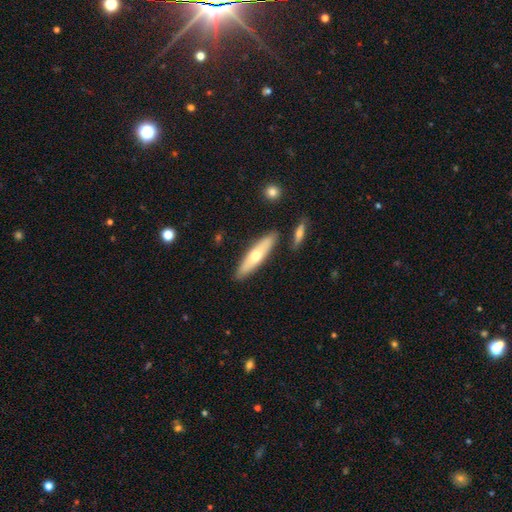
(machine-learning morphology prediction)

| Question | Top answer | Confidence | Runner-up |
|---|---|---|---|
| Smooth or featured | smooth | 53% | featured or disk (42%) |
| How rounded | cigar-shaped | 73% | in between (25%) |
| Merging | none | 85% | minor disturbance (9%) |